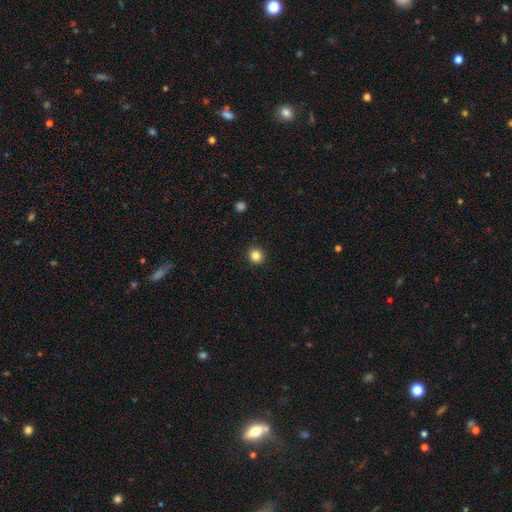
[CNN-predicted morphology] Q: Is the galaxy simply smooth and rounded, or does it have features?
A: smooth — 84%.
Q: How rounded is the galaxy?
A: round — 92%.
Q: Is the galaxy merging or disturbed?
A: none — 93%.